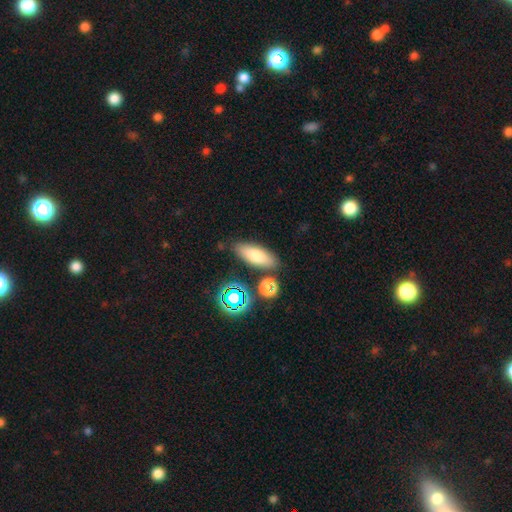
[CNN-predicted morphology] smooth 74%, featured or disk 15%, star or artifact 11%. Down the decision tree: how rounded — in between (70%); merging — none (81%).